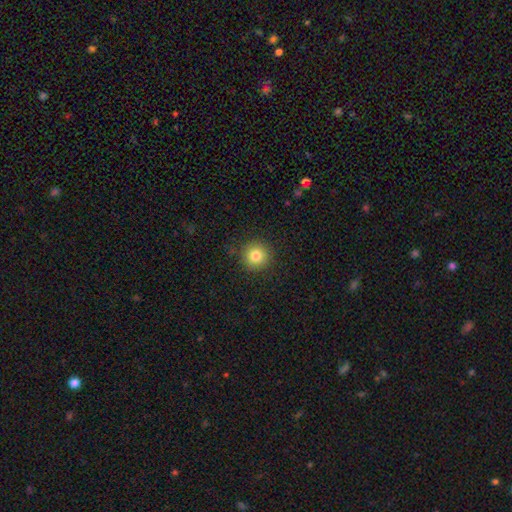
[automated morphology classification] Smooth or featured: smooth — 82% (star or artifact — 11%)
How rounded: round — 95% (in between — 4%)
Merging: none — 89% (minor disturbance — 7%)